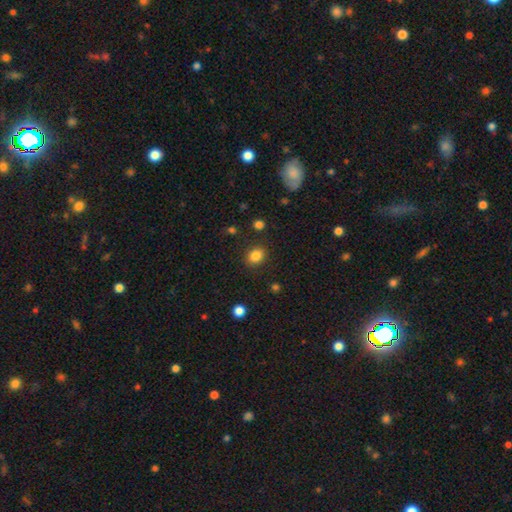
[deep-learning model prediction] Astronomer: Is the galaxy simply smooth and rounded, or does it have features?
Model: smooth — 84%.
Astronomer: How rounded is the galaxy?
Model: round — 53% (runner-up: in between, 46%).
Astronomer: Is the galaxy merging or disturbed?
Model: none — 86%.